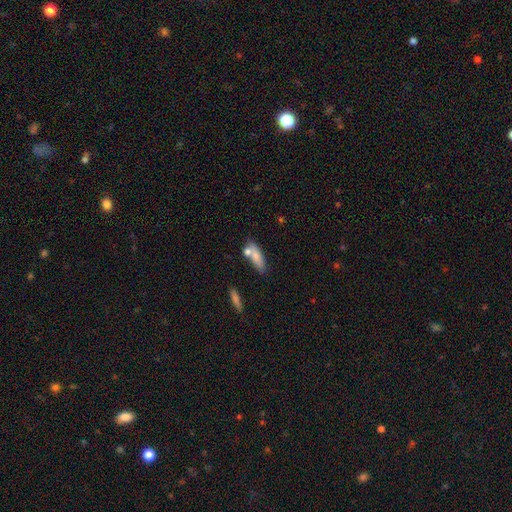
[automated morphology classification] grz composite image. It shows a smooth galaxy with no disk features (74%) that is in between round and cigar-shaped (55%). Merging: none (57%).